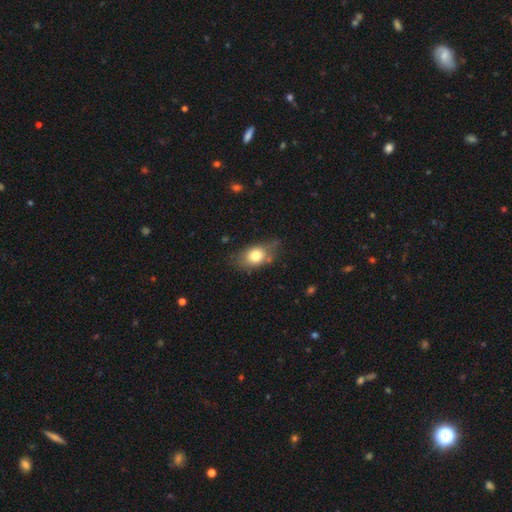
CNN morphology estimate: Smooth or featured: smooth — 75% (featured or disk — 16%)
How rounded: in between — 75% (round — 23%)
Merging: none — 60% (minor disturbance — 28%)